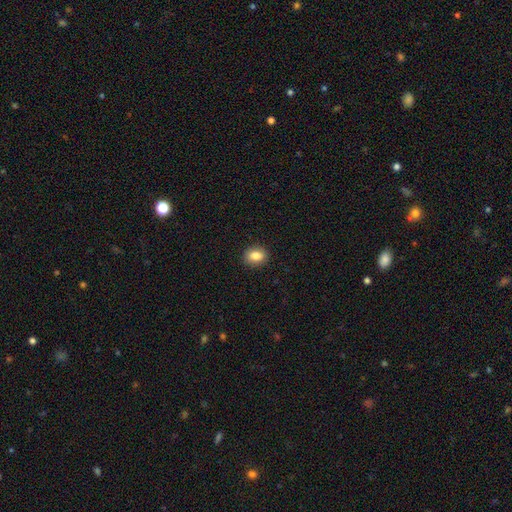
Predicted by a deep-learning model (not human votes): This is clearly a smooth galaxy (84%). How rounded: possibly in between (58%). Merging: clearly none (89%).